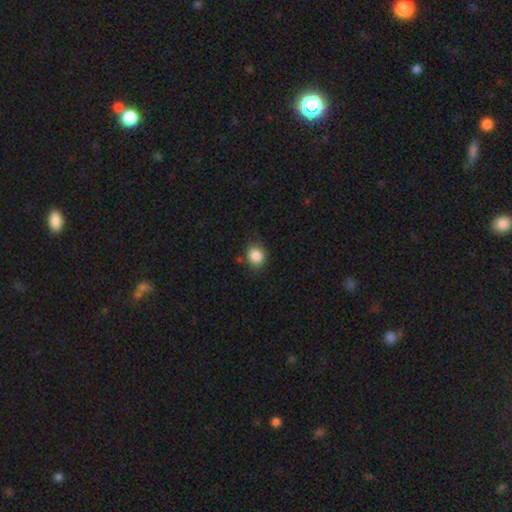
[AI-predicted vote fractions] Morphology: type=smooth (86%); roundness=round (76%); merging=none (78%).